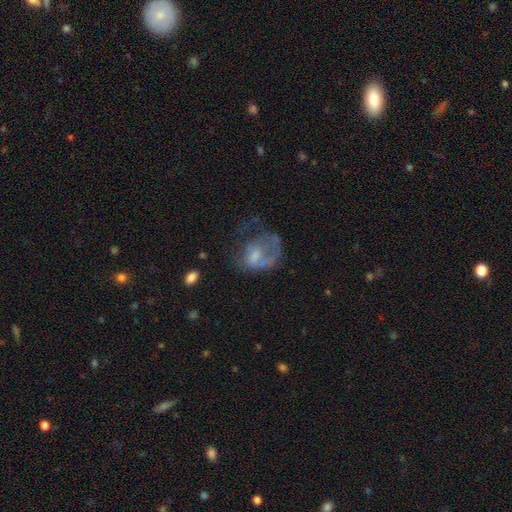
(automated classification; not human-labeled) Smooth or featured? featured or disk (53%)
Edge-on disk? no (97%)
Bar? no (68%)
Spiral arms? no (51%)
Bulge size? small (37%)
Merging? major disturbance (51%)